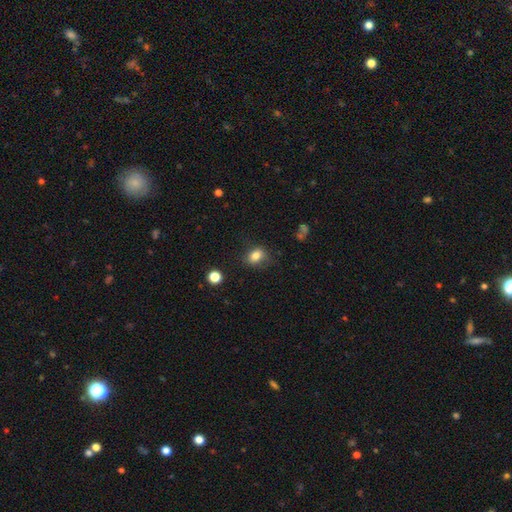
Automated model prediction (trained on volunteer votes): The model was most divided on "how rounded": in between: 64%, round: 35%, cigar-shaped: 1%. More confident: smooth or featured — smooth (82%); merging — none (72%).